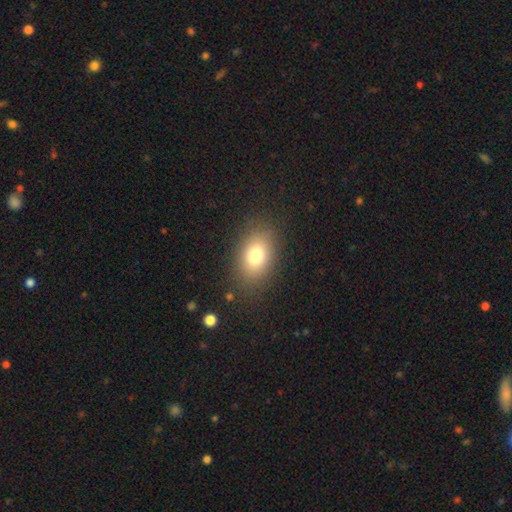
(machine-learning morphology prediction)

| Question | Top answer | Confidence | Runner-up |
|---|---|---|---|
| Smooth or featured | smooth | 77% | featured or disk (12%) |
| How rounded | in between | 77% | round (21%) |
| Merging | none | 84% | minor disturbance (10%) |